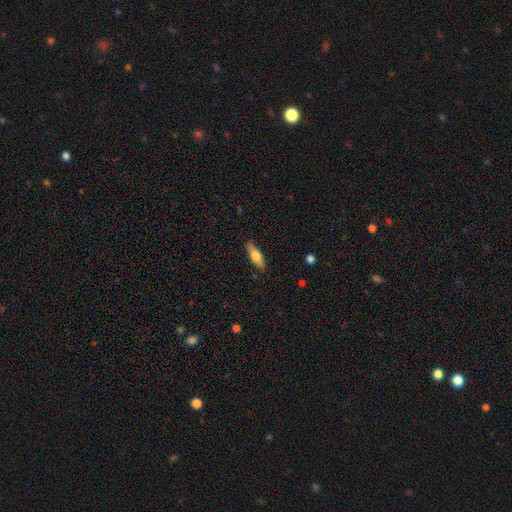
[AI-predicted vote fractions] Smooth or featured: smooth — 64% (featured or disk — 30%)
How rounded: in between — 56% (cigar-shaped — 42%)
Merging: none — 85% (minor disturbance — 12%)